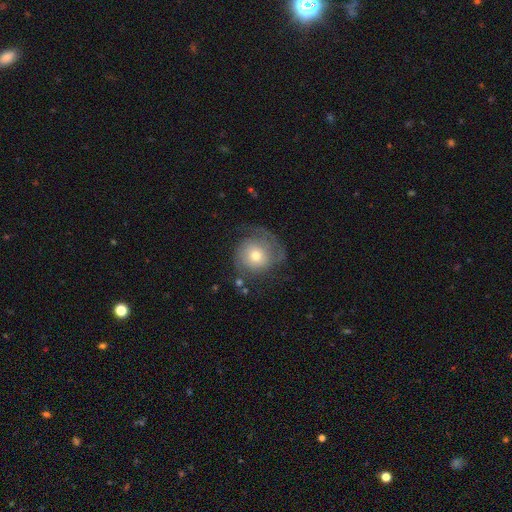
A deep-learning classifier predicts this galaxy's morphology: Smooth or featured? Predicted: featured or disk (p=0.62). Edge-on disk? Predicted: no (p=0.97). Bar? Predicted: no (p=0.80). Spiral arms? Predicted: yes (p=0.84). Spiral winding? Predicted: tight (p=0.47). Spiral arm count? Predicted: 2 (p=0.53). Bulge size? Predicted: moderate (p=0.59). Merging? Predicted: none (p=0.60).